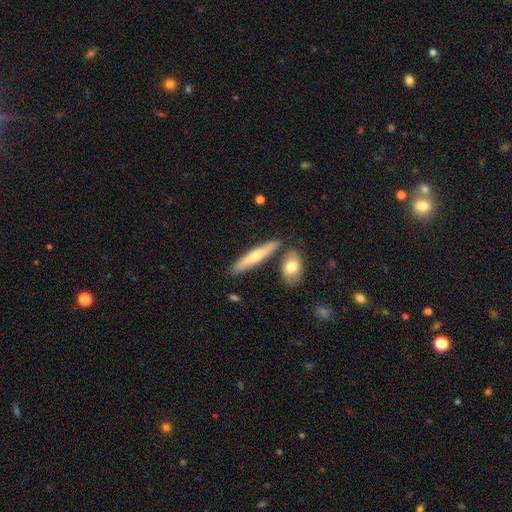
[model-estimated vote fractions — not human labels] Smooth or featured?
  - smooth: 51% *
  - featured or disk: 43%
  - star or artifact: 6%
How rounded?
  - cigar-shaped: 84% *
  - in between: 14%
  - round: 2%
Merging?
  - none: 78% *
  - merger: 10%
  - minor disturbance: 10%
  - major disturbance: 2%